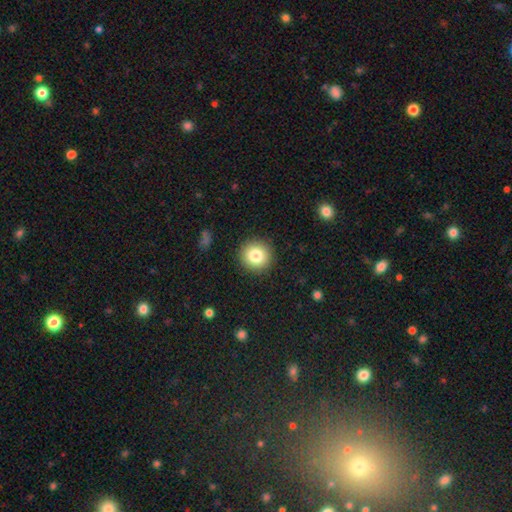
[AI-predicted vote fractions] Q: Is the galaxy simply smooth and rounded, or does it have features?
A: smooth — 82%.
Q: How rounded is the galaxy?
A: round — 93%.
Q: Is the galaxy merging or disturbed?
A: none — 91%.